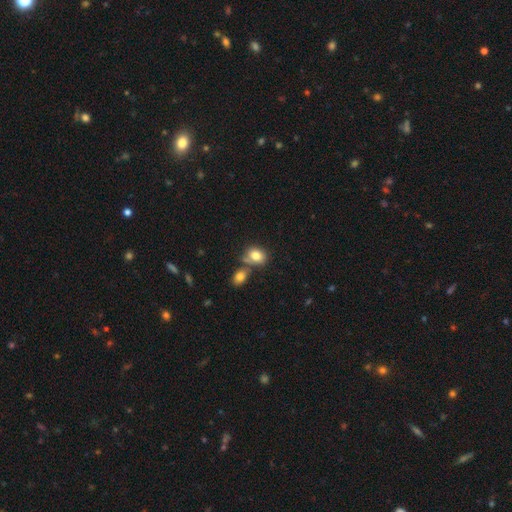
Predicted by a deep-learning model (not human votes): Smooth or featured: smooth — 81% (featured or disk — 10%)
How rounded: in between — 64% (round — 35%)
Merging: none — 46% (merger — 35%)